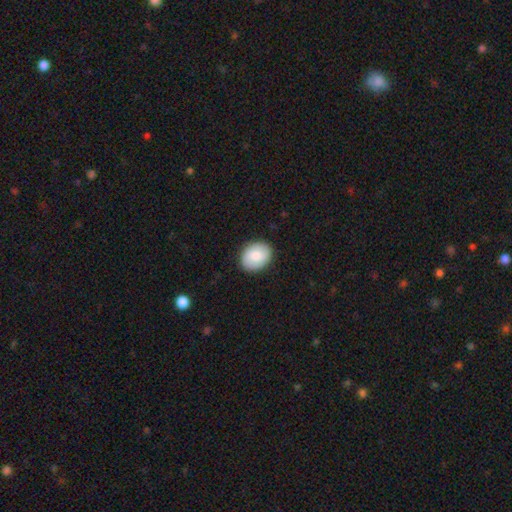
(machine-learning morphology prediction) Smooth or featured? Predicted: smooth (p=0.78). How rounded? Predicted: in between (p=0.53). Merging? Predicted: none (p=0.88).